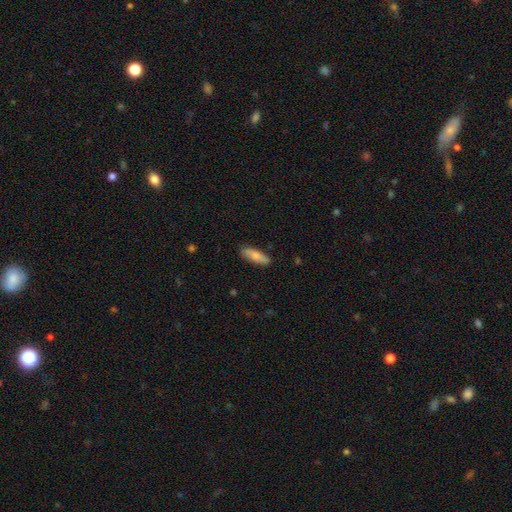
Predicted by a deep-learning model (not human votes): Smooth or featured? smooth (75%)
How rounded? cigar-shaped (50%)
Merging? none (86%)